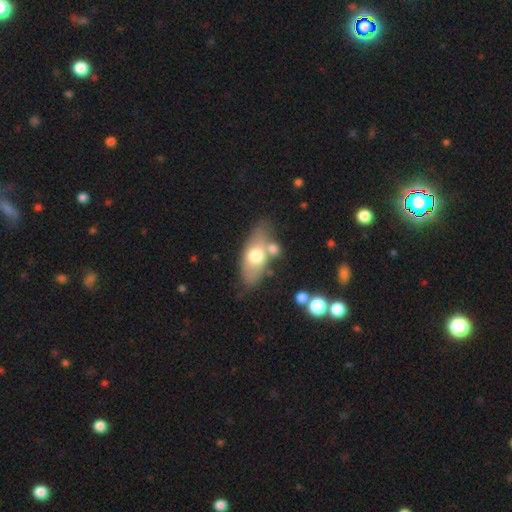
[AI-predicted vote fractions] Morphology: type=smooth (62%); roundness=in between (83%); merging=none (54%).